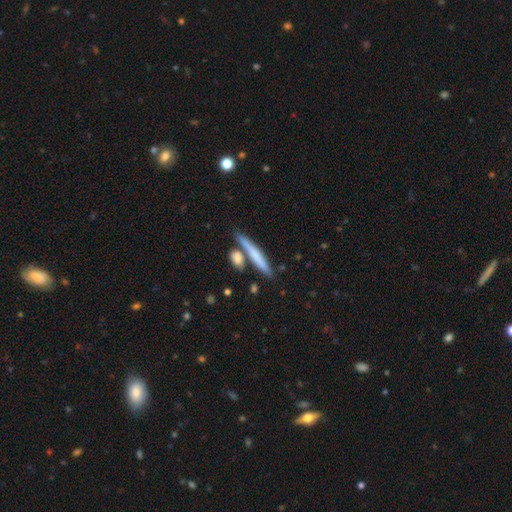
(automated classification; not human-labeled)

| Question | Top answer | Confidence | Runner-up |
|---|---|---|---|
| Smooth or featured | smooth | 66% | featured or disk (28%) |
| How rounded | cigar-shaped | 88% | in between (9%) |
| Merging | none | 67% | merger (19%) |